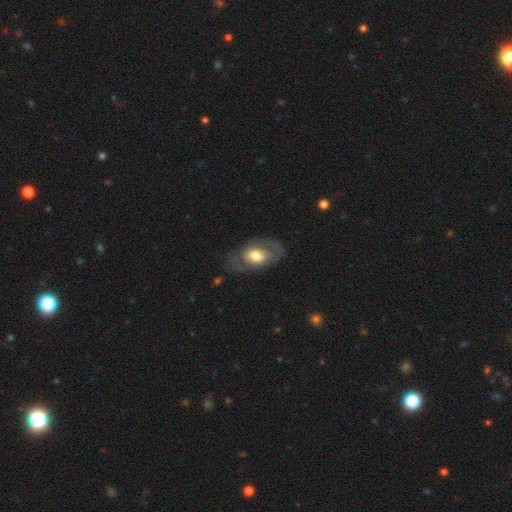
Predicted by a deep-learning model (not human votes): This appears to be a featured or disk galaxy (65%) with no bar (58%), spiral arms (71%) and a moderate central bulge (59%). Merging: none (69%).